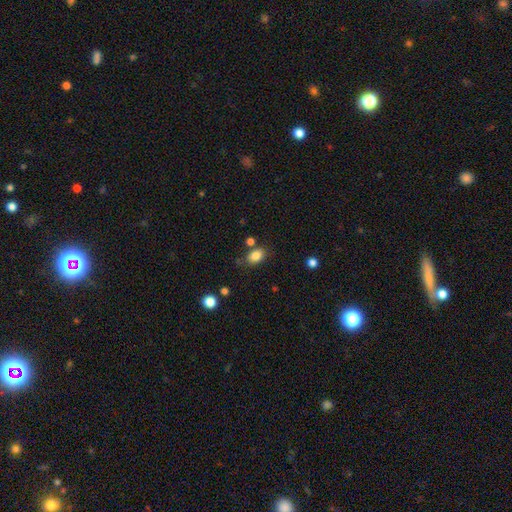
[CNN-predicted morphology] The model was most divided on "merging": none: 73%, minor disturbance: 15%, merger: 8%, major disturbance: 5%. More confident: smooth or featured — smooth (84%); how rounded — in between (79%).